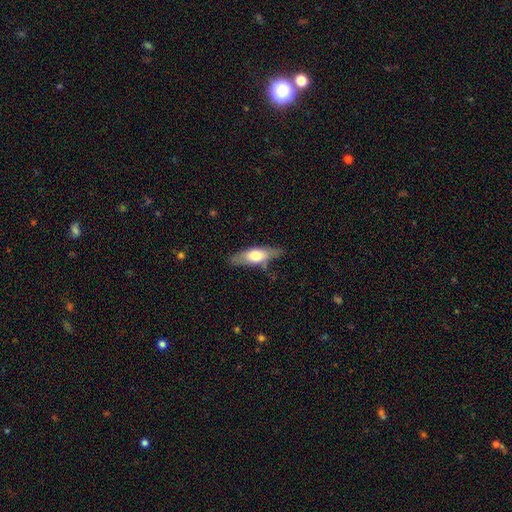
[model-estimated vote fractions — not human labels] Q: Smooth or featured?
A: smooth (57%); runner-up: featured or disk (37%)
Q: How rounded?
A: in between (54%); runner-up: cigar-shaped (43%)
Q: Merging?
A: none (68%); runner-up: minor disturbance (23%)